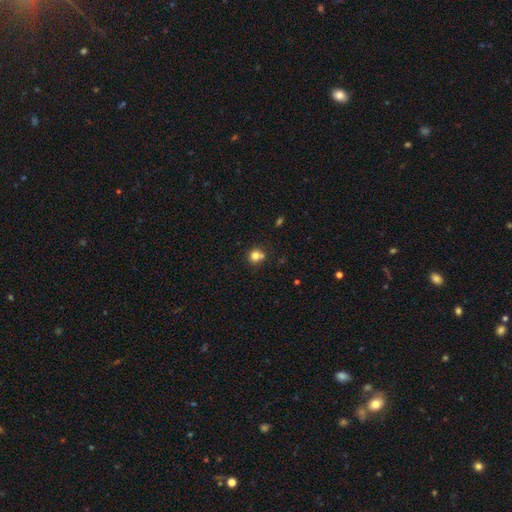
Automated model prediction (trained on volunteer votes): This appears to be a smooth galaxy with no disk features (78%) that is round (87%). Merging: none (62%).